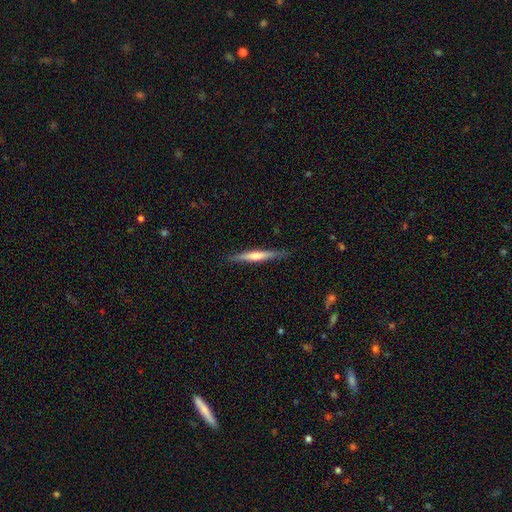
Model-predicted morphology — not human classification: Smooth or featured? featured or disk (56%)
Edge-on disk? yes (97%)
Edge-on bulge? rounded (57%)
Merging? none (88%)